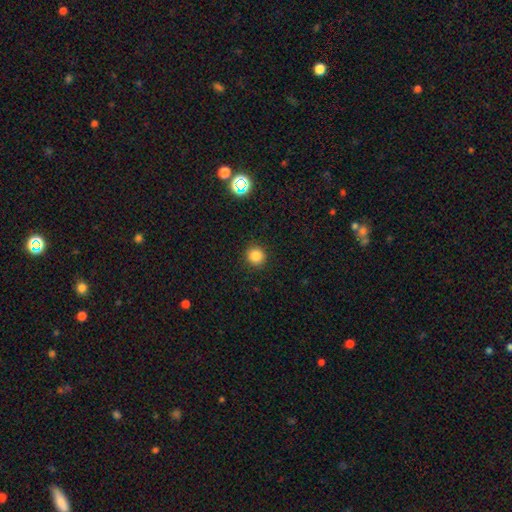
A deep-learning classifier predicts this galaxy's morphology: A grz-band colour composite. It shows a smooth galaxy with no disk features (83%) that is round (94%). Merging: none (91%).